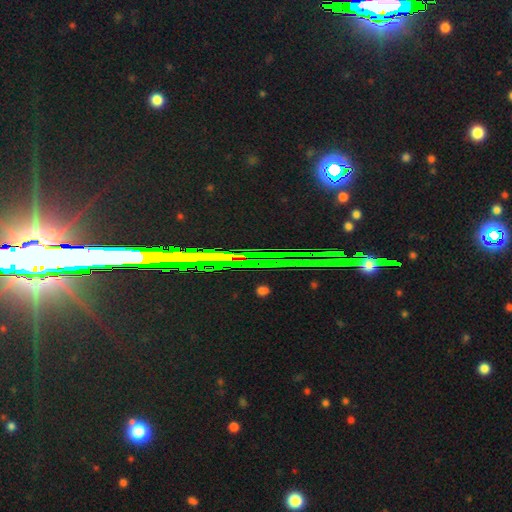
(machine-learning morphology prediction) A star or artifact, not a galaxy (81%).